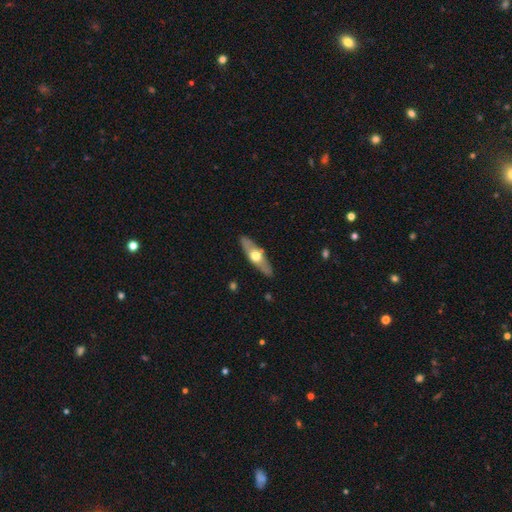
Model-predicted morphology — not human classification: Overall: featured or disk (53%; smooth 42%). Edge-on disk: yes (72%). Merging: none (87%).